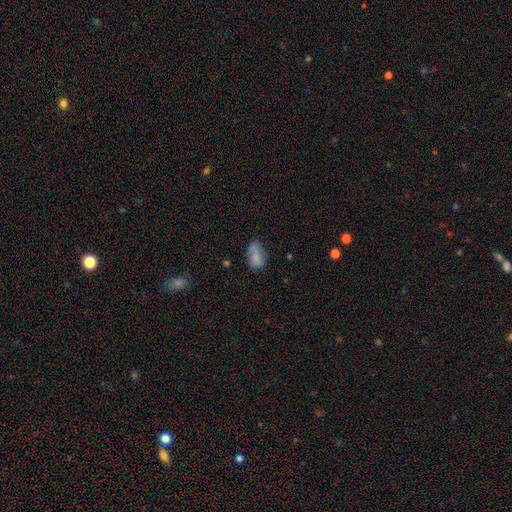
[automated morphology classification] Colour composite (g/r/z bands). It shows a smooth galaxy with no disk features (76%) that is in between round and cigar-shaped (89%). Merging: none (52%).